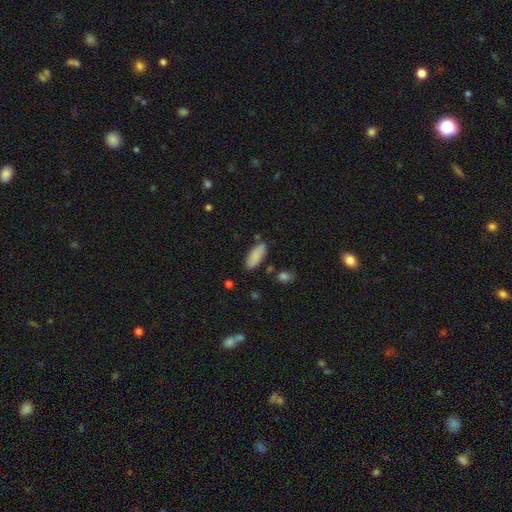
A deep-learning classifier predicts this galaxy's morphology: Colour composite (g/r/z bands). It shows a smooth galaxy with no disk features (86%) that is in between round and cigar-shaped (85%). Merging: none (82%).